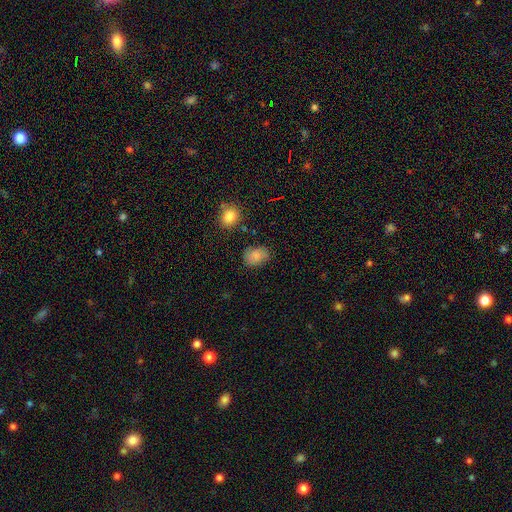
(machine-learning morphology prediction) Smooth or featured: smooth — 82% (star or artifact — 9%)
How rounded: in between — 68% (round — 31%)
Merging: none — 77% (minor disturbance — 16%)